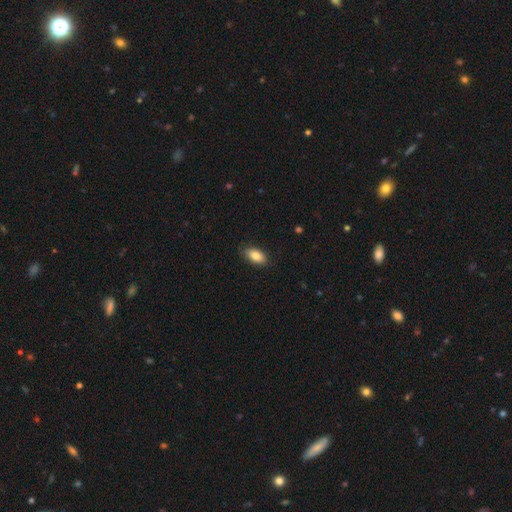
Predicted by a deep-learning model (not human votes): Overall: smooth (84%). How rounded: in between (92%). Merging: none (83%).